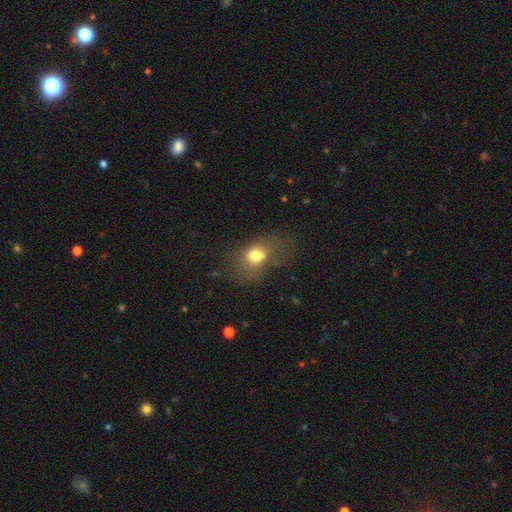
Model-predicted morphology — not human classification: This appears to be a smooth galaxy with no disk features (67%) that is in between round and cigar-shaped (56%). Merging: none (38%).